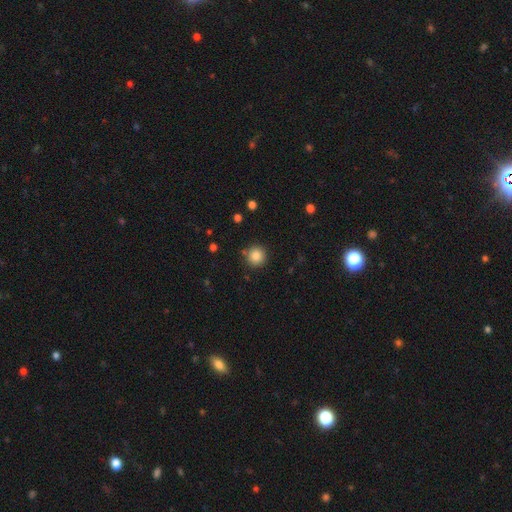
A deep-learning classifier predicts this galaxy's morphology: Overall: smooth (85%). How rounded: round (94%). Merging: none (87%).